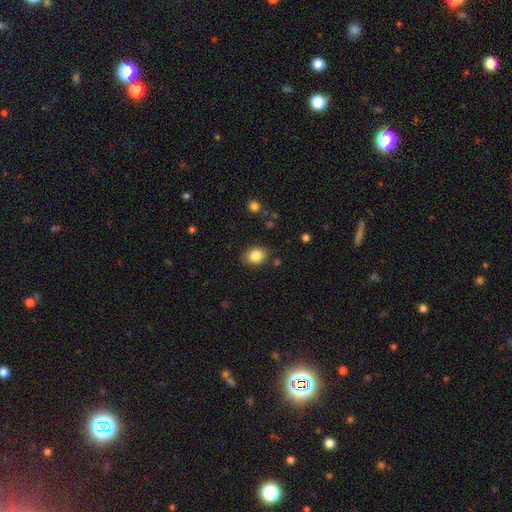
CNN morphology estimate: smooth_or_featured: smooth (p=0.85) [alt: star or artifact p=0.09]
how_rounded: in between (p=0.58) [alt: round p=0.41]
merging: none (p=0.83) [alt: minor disturbance p=0.11]